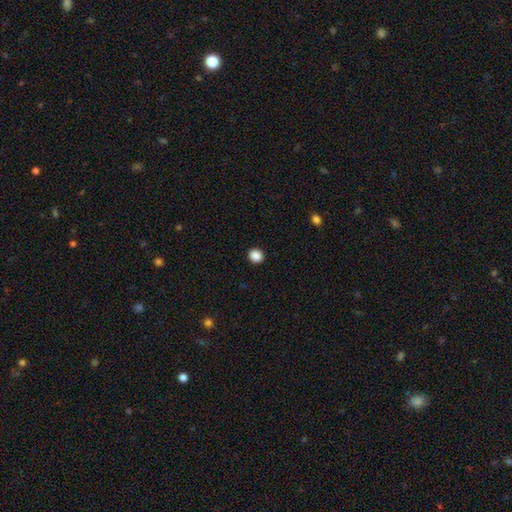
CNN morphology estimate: This is clearly a smooth galaxy (88%). How rounded: clearly round (81%). Merging: clearly none (92%).